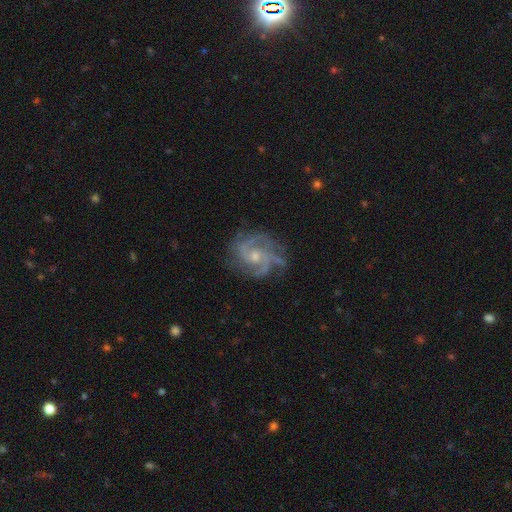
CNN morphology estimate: A featured or disk galaxy (89%) with no bar (64%), 3 (42%) medium (49%) spiral arms (98%) and a small central bulge (52%).

Vote fractions:
- Smooth or featured? featured or disk: 89% / star or artifact: 6% / smooth: 5%
- Edge-on disk? no: 98% / yes: 2%
- Bar? no: 64% / weak: 31% / strong: 6%
- Spiral arms? yes: 98% / no: 2%
- Spiral winding? medium: 49% / tight: 39% / loose: 12%
- Spiral arm count? 3: 42% / 2: 22% / 4: 12% / can't tell: 12% / more than 4: 6% / 1: 6%
- Bulge size? small: 52% / moderate: 43% / none: 2% / large: 1% / dominant: 1%
- Merging? none: 72% / minor disturbance: 18% / major disturbance: 8% / merger: 1%